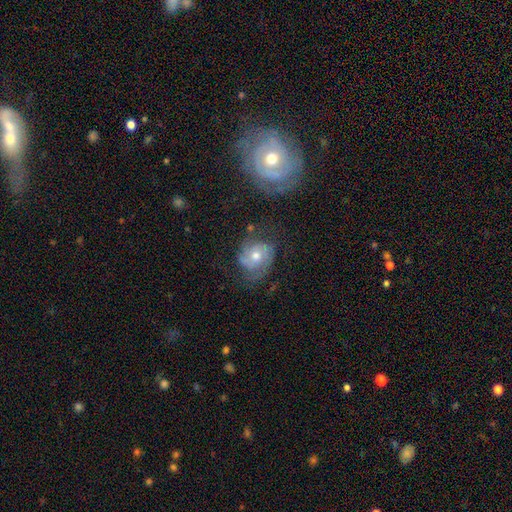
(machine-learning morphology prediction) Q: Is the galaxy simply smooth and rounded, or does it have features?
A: featured or disk — 75%.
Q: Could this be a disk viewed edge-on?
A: no — 97%.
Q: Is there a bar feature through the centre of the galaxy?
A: no — 72%.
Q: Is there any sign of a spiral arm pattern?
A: yes — 91%.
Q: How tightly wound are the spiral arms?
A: tight — 48%.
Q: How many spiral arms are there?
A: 2 — 51%.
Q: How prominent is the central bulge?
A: moderate — 70%.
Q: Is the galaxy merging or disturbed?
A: none — 60%.